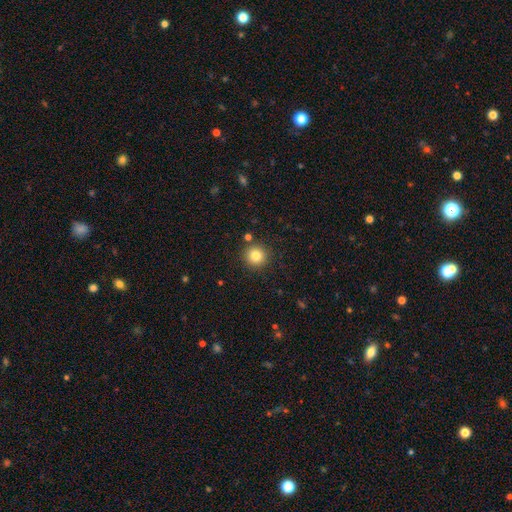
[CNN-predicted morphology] Smooth or featured? smooth (82%)
How rounded? round (95%)
Merging? none (89%)